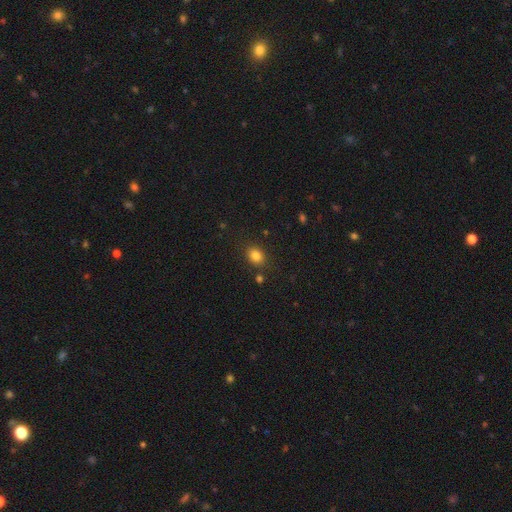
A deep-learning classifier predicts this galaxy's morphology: Smooth or featured: smooth — 83% (star or artifact — 12%)
How rounded: in between — 62% (round — 37%)
Merging: none — 82% (minor disturbance — 11%)